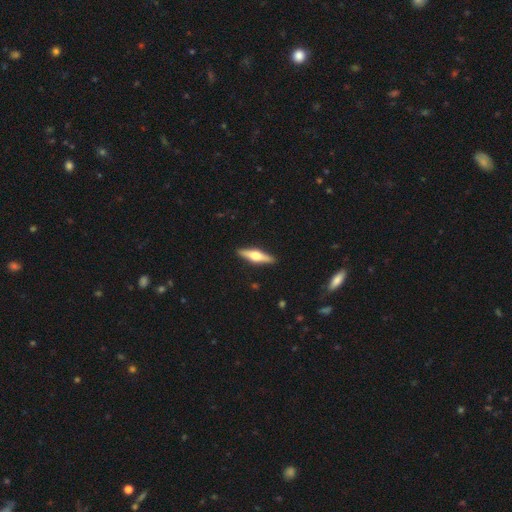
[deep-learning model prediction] smooth-or-featured: featured or disk: 59% | smooth: 36% | star or artifact: 5%
  disk-edge-on: yes: 96% | no: 4%
    edge-on-bulge: rounded: 94% | boxy: 3% | none: 2%
  merging: none: 91% | minor disturbance: 6% | major disturbance: 1% | merger: 1%